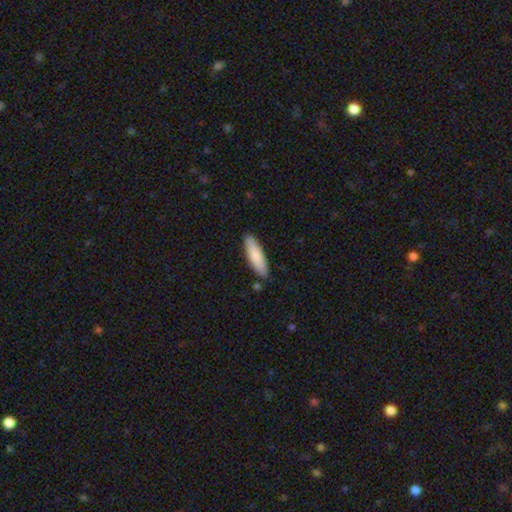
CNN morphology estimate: This appears to be a smooth galaxy with no disk features (84%) that is cigar-shaped (60%). Merging: none (86%).